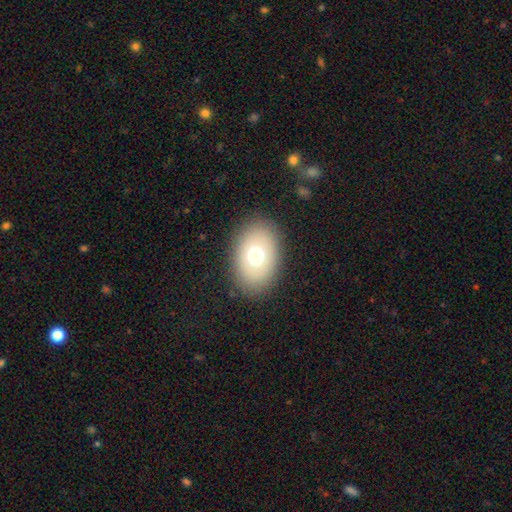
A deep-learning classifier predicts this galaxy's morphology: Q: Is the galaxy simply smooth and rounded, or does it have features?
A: smooth — 67%.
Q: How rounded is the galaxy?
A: in between — 78%.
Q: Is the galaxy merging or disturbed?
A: none — 85%.